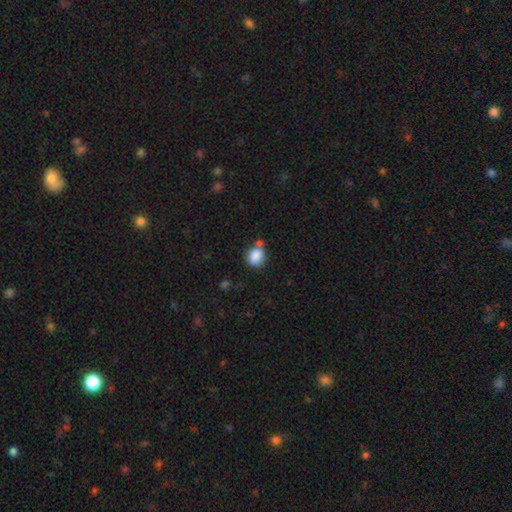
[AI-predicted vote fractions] Smooth or featured? smooth (86%)
How rounded? round (62%)
Merging? none (57%)